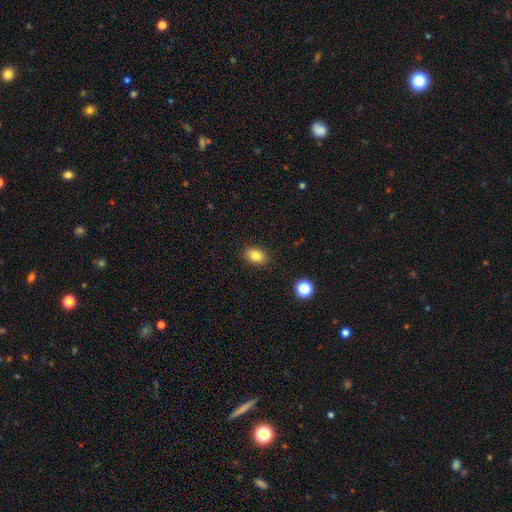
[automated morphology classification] Smooth or featured? smooth (83%)
How rounded? in between (76%)
Merging? none (88%)